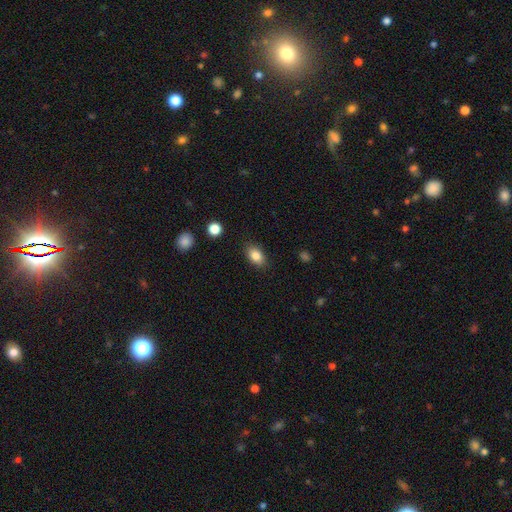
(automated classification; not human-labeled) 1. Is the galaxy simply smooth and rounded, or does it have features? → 85% smooth, 9% star or artifact, 7% featured or disk.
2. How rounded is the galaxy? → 86% in between, 12% round, 2% cigar-shaped.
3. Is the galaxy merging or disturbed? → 85% none, 11% minor disturbance, 3% major disturbance, 1% merger.